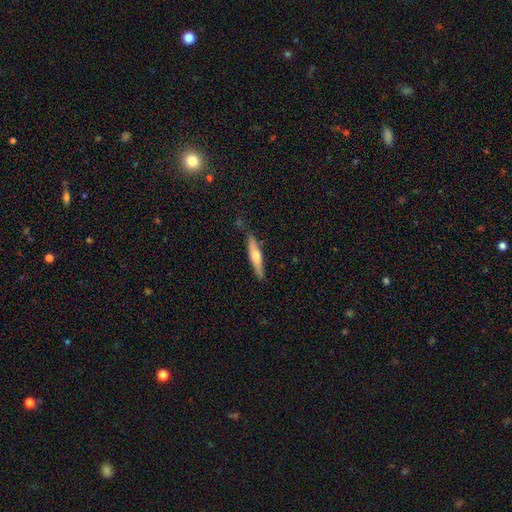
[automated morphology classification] smooth-or-featured: featured or disk: 51% | smooth: 43% | star or artifact: 6%
  disk-edge-on: yes: 94% | no: 6%
  merging: none: 84% | minor disturbance: 12% | major disturbance: 2% | merger: 2%